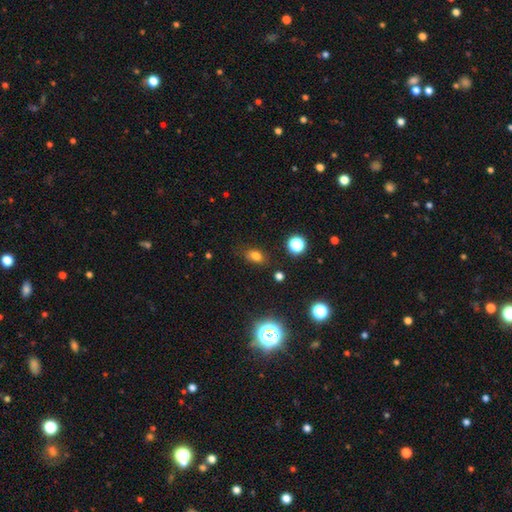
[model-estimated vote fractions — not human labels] Morphology: type=smooth (75%); roundness=in between (75%); merging=none (78%).